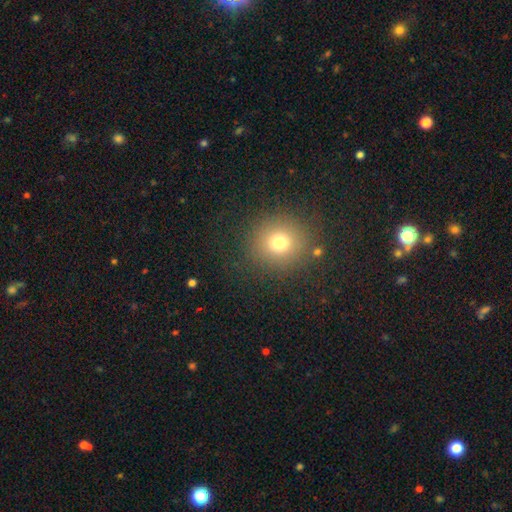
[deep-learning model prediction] Smooth or featured?
  - smooth: 62% *
  - star or artifact: 30%
  - featured or disk: 7%
How rounded?
  - round: 92% *
  - in between: 6%
  - cigar-shaped: 1%
Merging?
  - none: 91% *
  - minor disturbance: 5%
  - major disturbance: 2%
  - merger: 2%